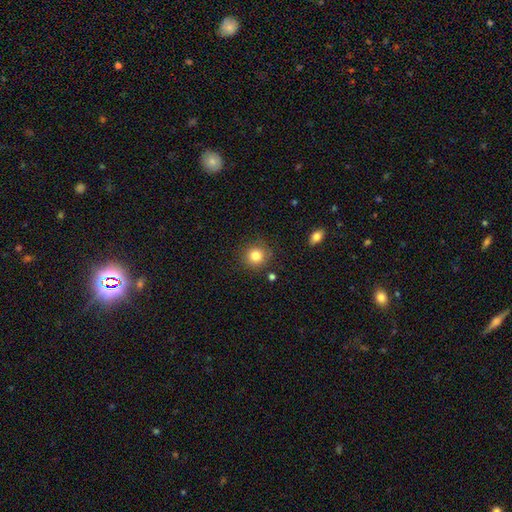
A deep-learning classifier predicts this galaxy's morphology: smooth-or-featured: smooth: 83% | star or artifact: 11% | featured or disk: 6%
  how-rounded: round: 91% | in between: 8% | cigar-shaped: 1%
  merging: none: 86% | minor disturbance: 9% | major disturbance: 3% | merger: 2%